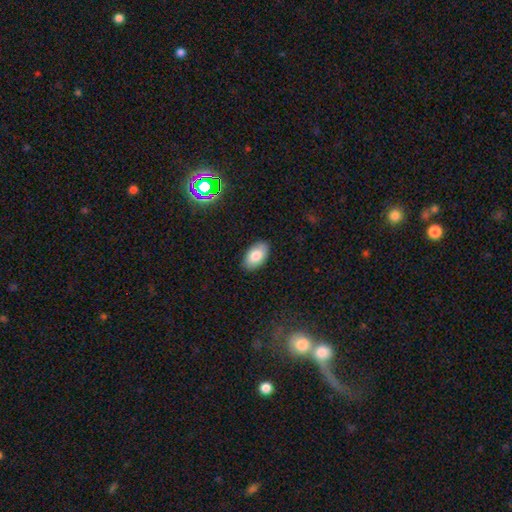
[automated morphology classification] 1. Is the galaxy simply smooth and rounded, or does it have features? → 80% smooth, 12% featured or disk, 8% star or artifact.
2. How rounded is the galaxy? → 94% in between, 4% round, 1% cigar-shaped.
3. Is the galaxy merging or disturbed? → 88% none, 9% minor disturbance, 2% major disturbance, 1% merger.